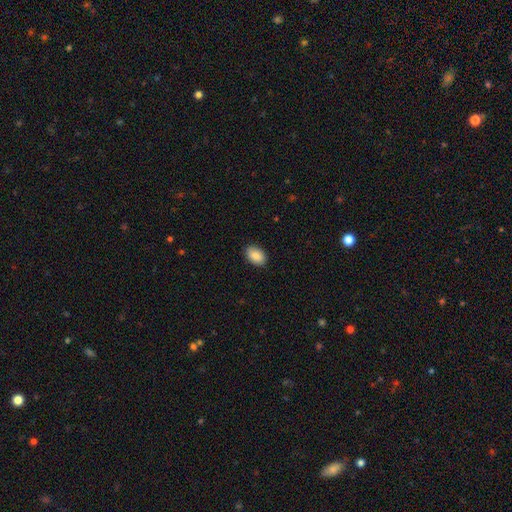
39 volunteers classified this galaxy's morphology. Smooth or featured?
  - smooth: 90% *
  - featured or disk: 8%
  - star or artifact: 3%
How rounded?
  - in between: 94% *
  - round: 6%
  - cigar-shaped: 0%
Merging?
  - none: 89% *
  - minor disturbance: 5%
  - major disturbance: 3%
  - merger: 3%